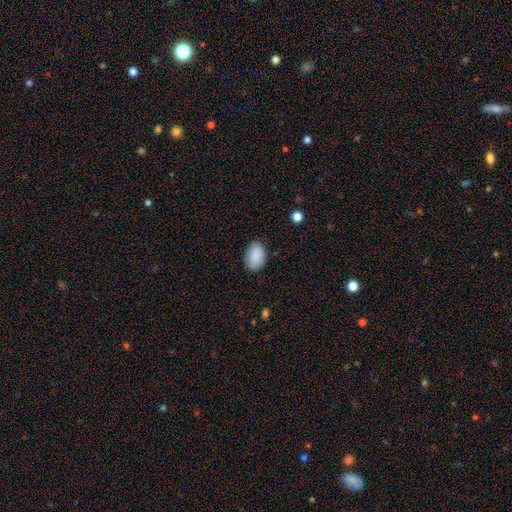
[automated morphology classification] Smooth or featured? Predicted: smooth (p=0.89). How rounded? Predicted: in between (p=0.83). Merging? Predicted: none (p=0.82).